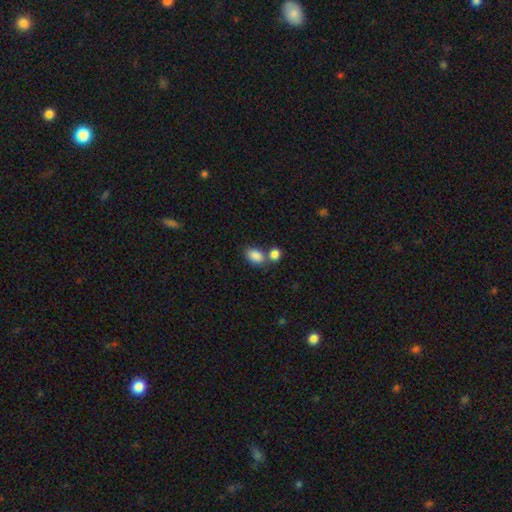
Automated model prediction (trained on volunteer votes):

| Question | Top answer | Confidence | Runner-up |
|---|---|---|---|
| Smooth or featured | smooth | 86% | star or artifact (8%) |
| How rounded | in between | 77% | round (22%) |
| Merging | none | 50% | merger (35%) |